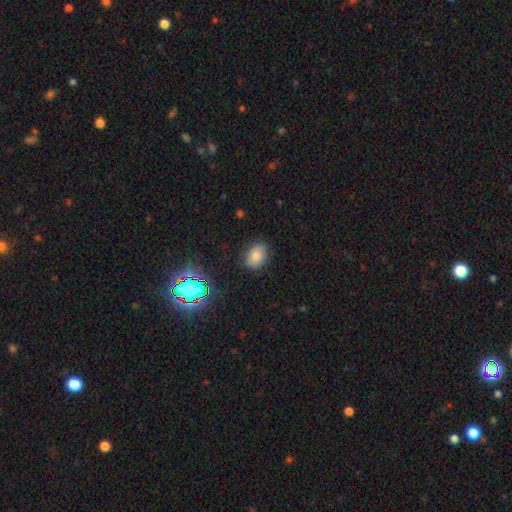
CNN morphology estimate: type=smooth (70%); roundness=in between (67%); merging=none (80%).